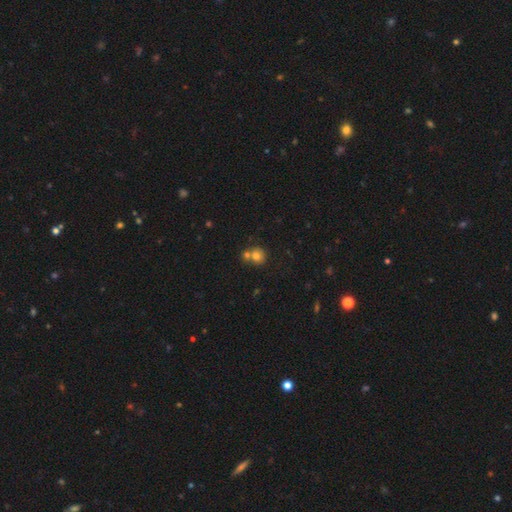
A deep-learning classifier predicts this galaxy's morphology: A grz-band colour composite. It shows a smooth galaxy with no disk features (76%) that is round (84%). Merging: none (48%).